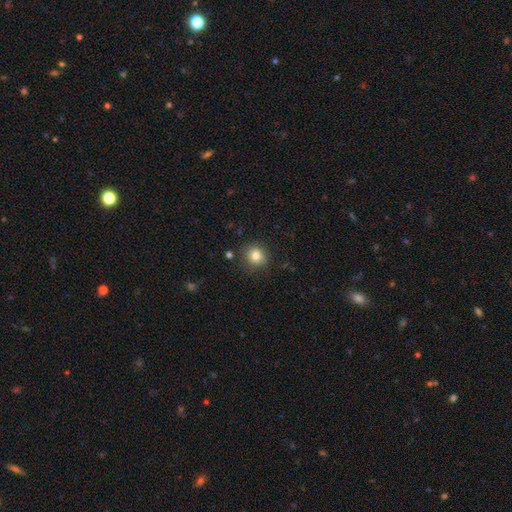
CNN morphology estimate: Smooth or featured: smooth — 82% (star or artifact — 11%)
How rounded: round — 88% (in between — 11%)
Merging: none — 84% (minor disturbance — 11%)